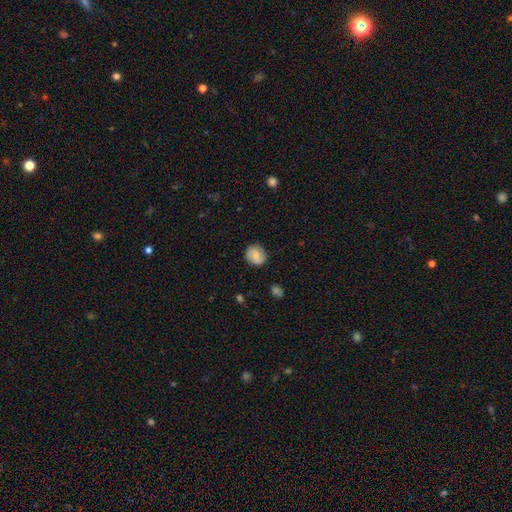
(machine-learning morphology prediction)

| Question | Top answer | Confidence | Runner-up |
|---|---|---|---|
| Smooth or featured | smooth | 68% | featured or disk (24%) |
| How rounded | round | 72% | in between (27%) |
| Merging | none | 81% | minor disturbance (14%) |